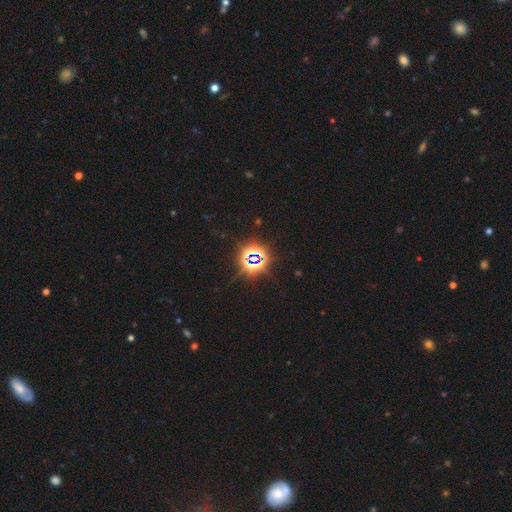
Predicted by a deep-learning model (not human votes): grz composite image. It shows a star or artifact, not a galaxy (79%).